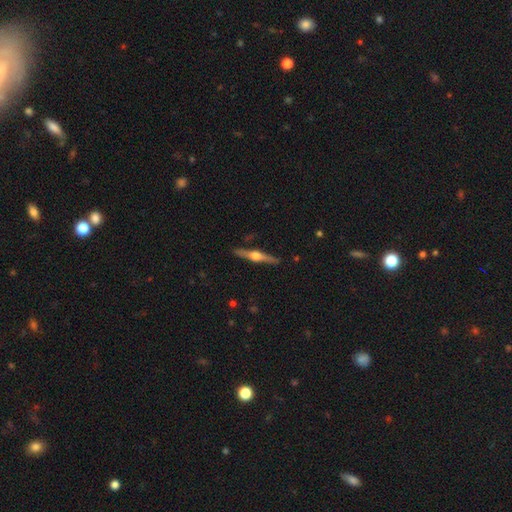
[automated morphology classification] Smooth or featured: featured or disk — 76% (smooth — 19%)
Edge-on disk: yes — 98% (no — 2%)
Edge-on bulge: rounded — 93% (boxy — 4%)
Merging: none — 90% (minor disturbance — 7%)